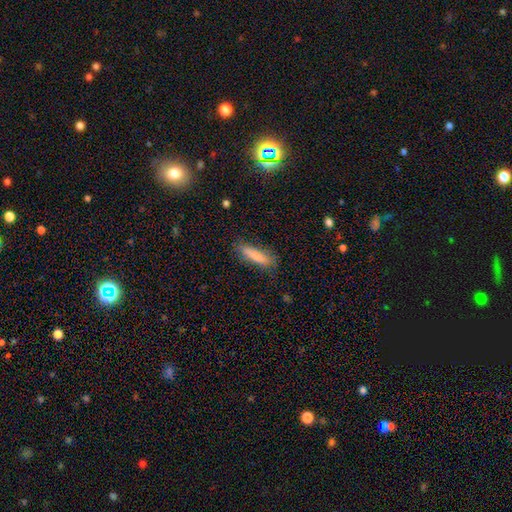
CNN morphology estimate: This is clearly a smooth galaxy (82%). How rounded: likely cigar-shaped (76%). Merging: likely none (78%).